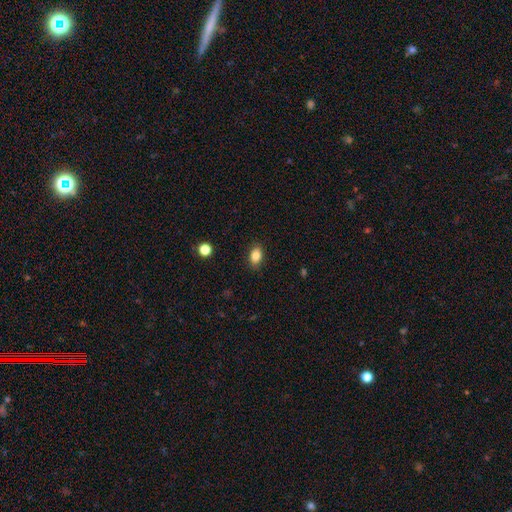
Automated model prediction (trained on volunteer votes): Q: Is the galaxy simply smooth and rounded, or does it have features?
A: smooth — 84%.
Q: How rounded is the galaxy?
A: in between — 85%.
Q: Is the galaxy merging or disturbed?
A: none — 88%.